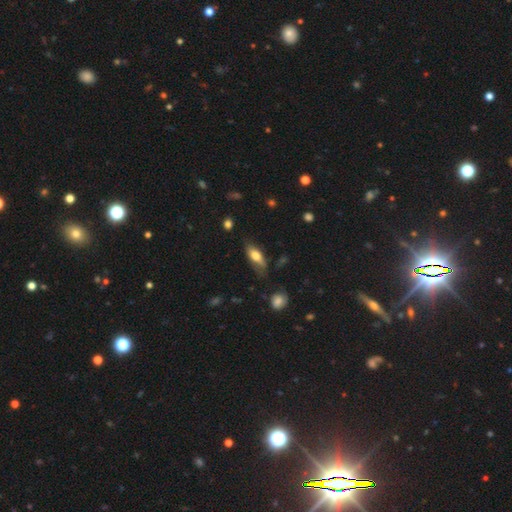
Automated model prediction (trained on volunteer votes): Smooth or featured? Predicted: smooth (p=0.67). How rounded? Predicted: in between (p=0.71). Merging? Predicted: none (p=0.62).